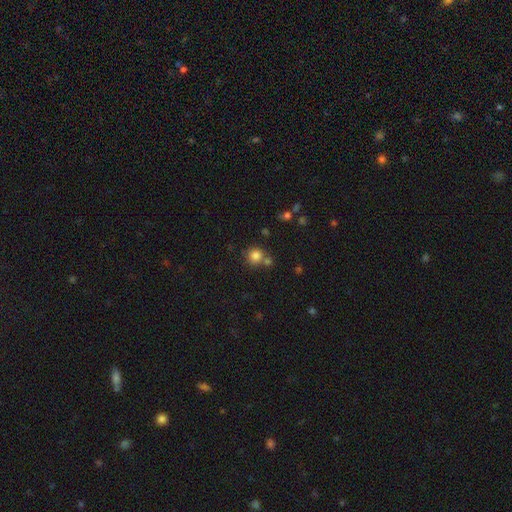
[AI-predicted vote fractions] Smooth or featured? smooth (81%)
How rounded? round (91%)
Merging? none (67%)